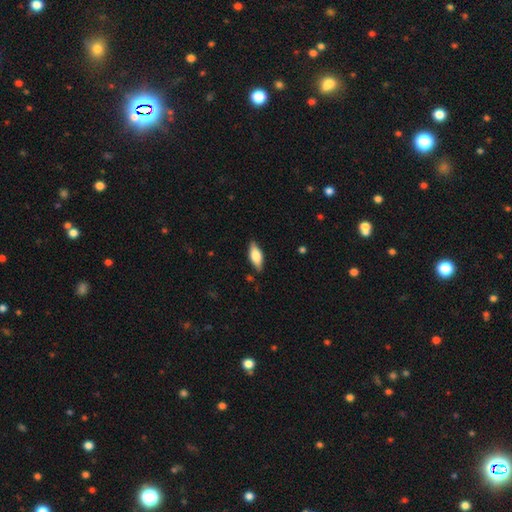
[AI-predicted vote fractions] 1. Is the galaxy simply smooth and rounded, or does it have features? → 69% smooth, 25% featured or disk, 6% star or artifact.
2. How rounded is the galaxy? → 79% in between, 19% cigar-shaped, 2% round.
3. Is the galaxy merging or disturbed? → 83% none, 13% minor disturbance, 3% major disturbance, 1% merger.